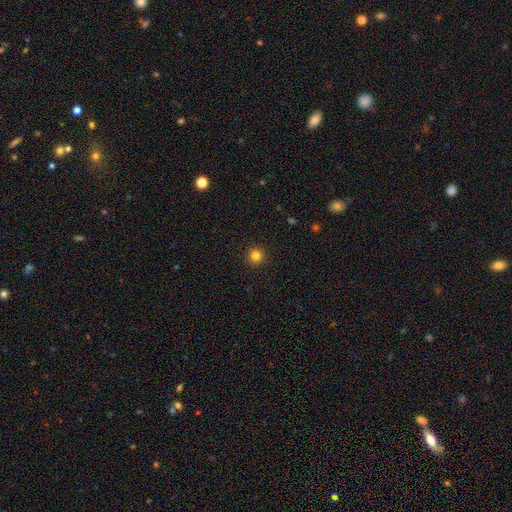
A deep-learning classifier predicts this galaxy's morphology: smooth_or_featured: smooth (p=0.83) [alt: star or artifact p=0.13]
how_rounded: round (p=0.95) [alt: in between p=0.04]
merging: none (p=0.93) [alt: minor disturbance p=0.04]